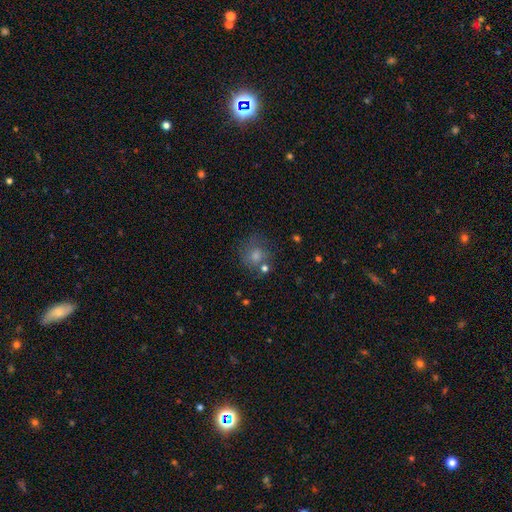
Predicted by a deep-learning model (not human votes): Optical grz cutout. It shows a smooth galaxy with no disk features (55%) that is round (84%). Merging: none (68%).